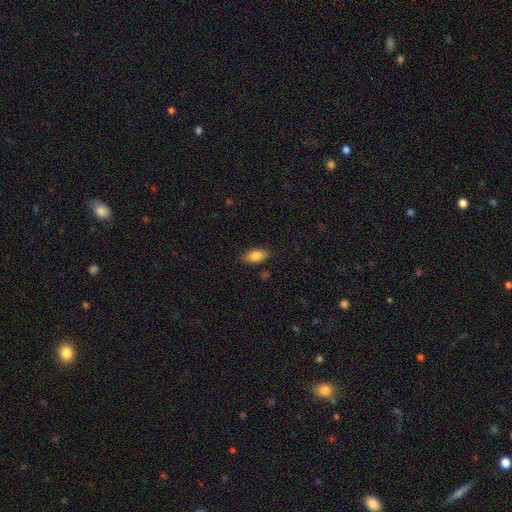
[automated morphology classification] Smooth or featured? Predicted: smooth (p=0.82). How rounded? Predicted: in between (p=0.89). Merging? Predicted: none (p=0.86).